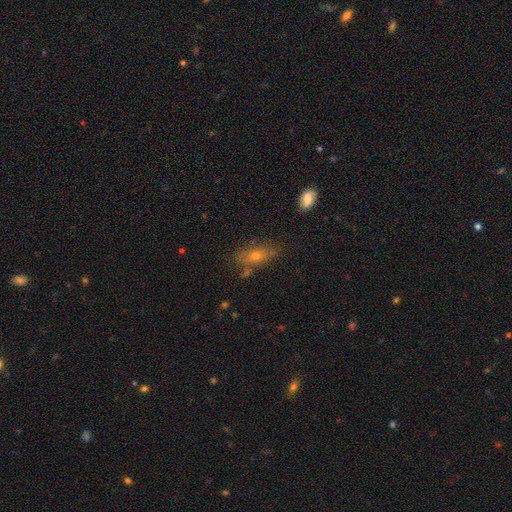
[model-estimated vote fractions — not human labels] This is possibly a smooth galaxy (54%). How rounded: likely in between (70%). Merging: likely none (71%).